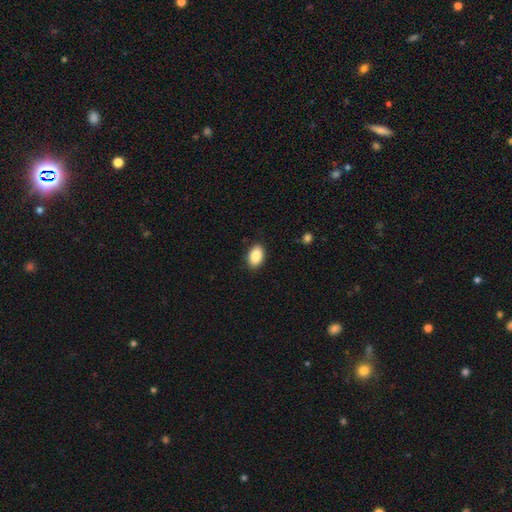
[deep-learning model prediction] Smooth or featured? smooth (88%)
How rounded? in between (90%)
Merging? none (88%)